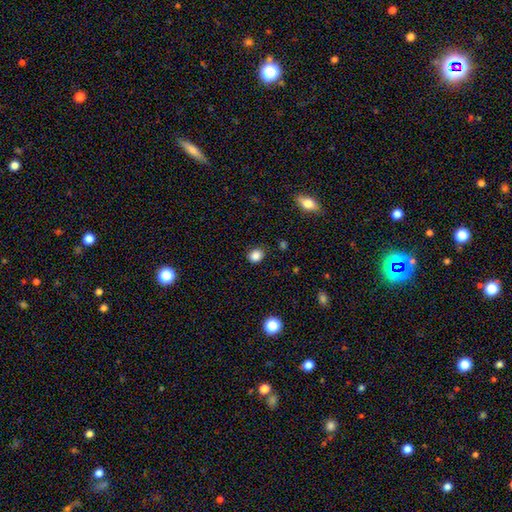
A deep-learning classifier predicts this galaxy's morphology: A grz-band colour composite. It shows a smooth galaxy with no disk features (86%) that is round (62%). Merging: none (85%).